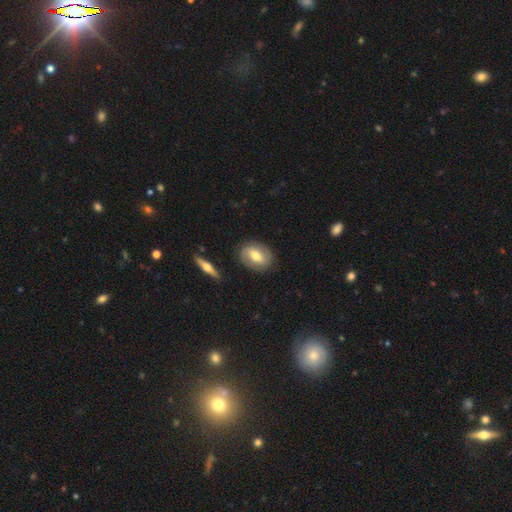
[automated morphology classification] A smooth galaxy with no disk features (47%).

Vote fractions:
- Smooth or featured? smooth: 47% / featured or disk: 46% / star or artifact: 7%
- Merging? none: 83% / minor disturbance: 11% / major disturbance: 3% / merger: 2%